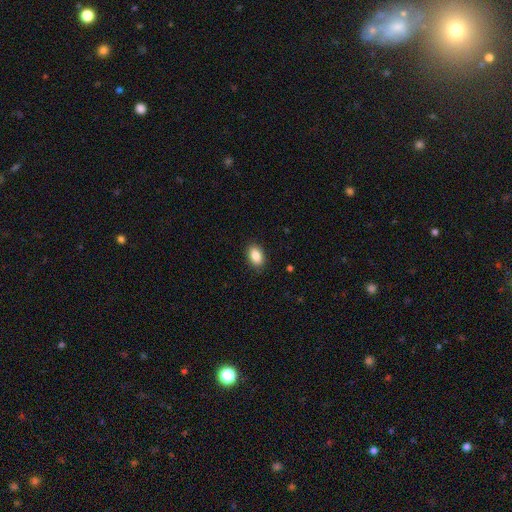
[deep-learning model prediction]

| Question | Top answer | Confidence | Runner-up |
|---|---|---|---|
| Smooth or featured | smooth | 86% | star or artifact (8%) |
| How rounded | in between | 87% | round (12%) |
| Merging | none | 88% | minor disturbance (9%) |